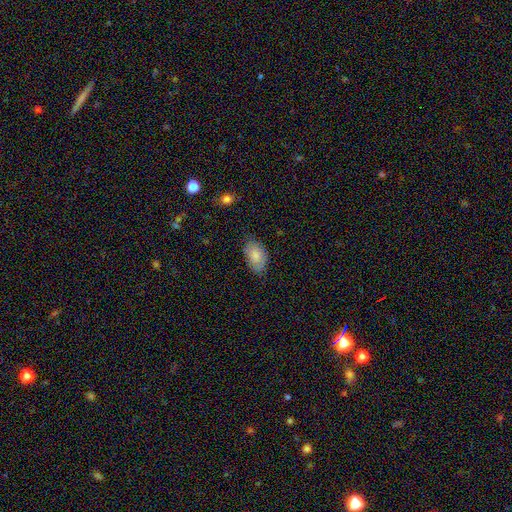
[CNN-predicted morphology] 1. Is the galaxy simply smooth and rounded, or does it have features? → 81% smooth, 12% featured or disk, 7% star or artifact.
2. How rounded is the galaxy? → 93% in between, 6% round, 1% cigar-shaped.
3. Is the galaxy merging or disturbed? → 75% none, 20% minor disturbance, 4% major disturbance, 1% merger.